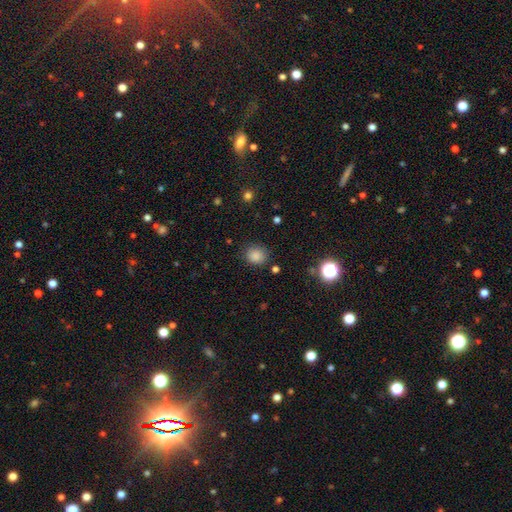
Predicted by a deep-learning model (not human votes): A smooth galaxy with no disk features (83%) that is round (76%). Merging: none (82%).